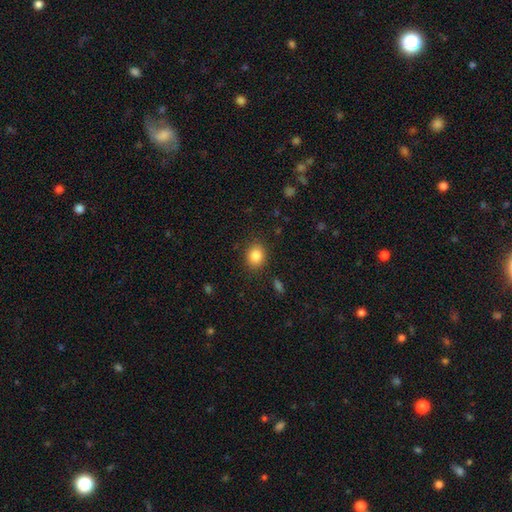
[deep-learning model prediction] Q: Smooth or featured?
A: smooth (86%); runner-up: star or artifact (10%)
Q: How rounded?
A: round (57%); runner-up: in between (42%)
Q: Merging?
A: none (86%); runner-up: minor disturbance (9%)